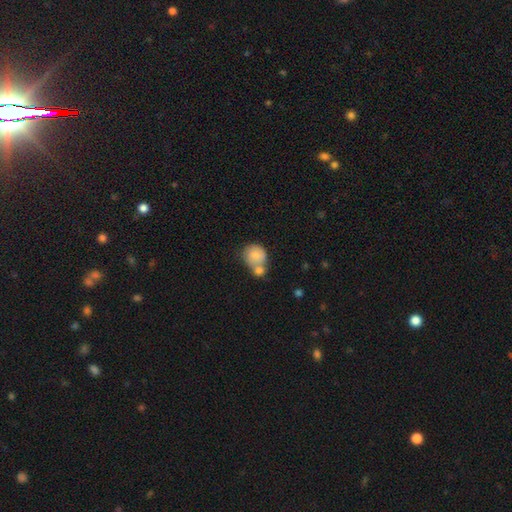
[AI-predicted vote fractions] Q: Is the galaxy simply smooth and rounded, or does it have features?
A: smooth — 81%.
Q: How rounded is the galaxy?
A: round — 76%.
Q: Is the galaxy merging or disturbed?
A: merger — 53%.